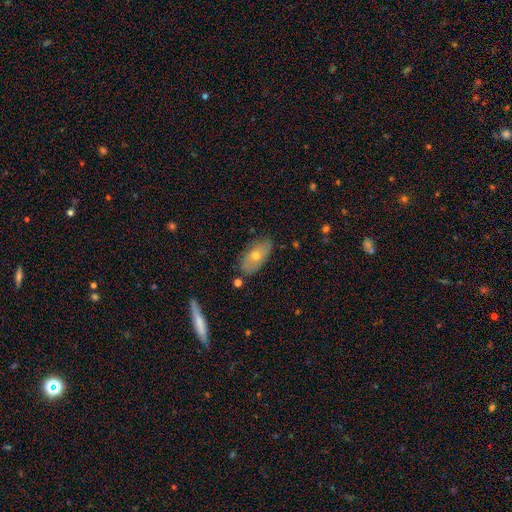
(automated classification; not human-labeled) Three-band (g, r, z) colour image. It shows a smooth galaxy with no disk features (59%) that is in between round and cigar-shaped (88%). Merging: none (77%).